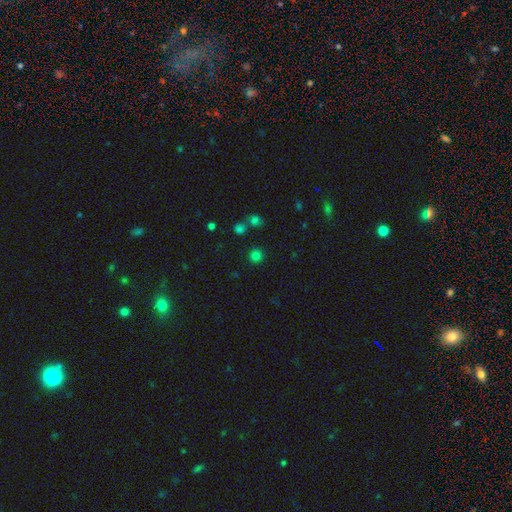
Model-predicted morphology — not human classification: smooth 78%, star or artifact 18%, featured or disk 4%. Down the decision tree: how rounded — round (94%); merging — none (87%).